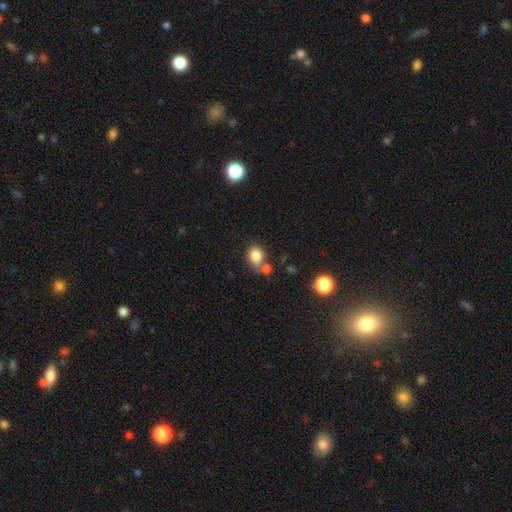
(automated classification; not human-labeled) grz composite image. It shows a smooth galaxy with no disk features (82%) that is round (59%). Merging: none (52%).